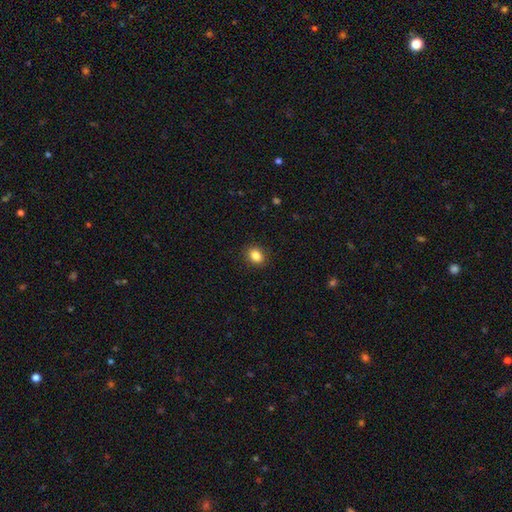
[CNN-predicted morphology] Smooth or featured: smooth — 86% (star or artifact — 10%)
How rounded: in between — 50% (round — 49%)
Merging: none — 90% (minor disturbance — 7%)